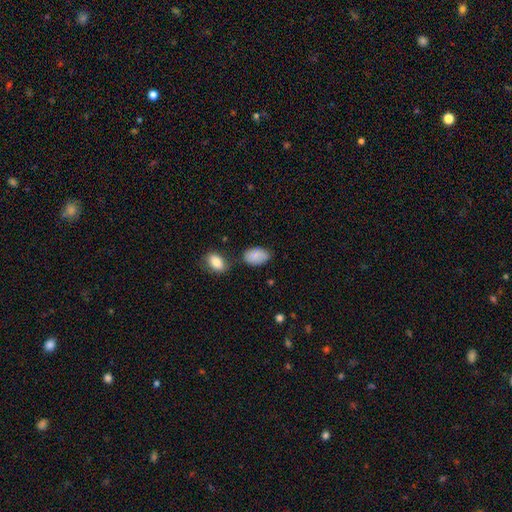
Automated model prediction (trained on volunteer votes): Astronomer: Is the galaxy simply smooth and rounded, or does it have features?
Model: smooth — 85%.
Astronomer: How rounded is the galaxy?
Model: in between — 91%.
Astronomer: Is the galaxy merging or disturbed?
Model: none — 63%.